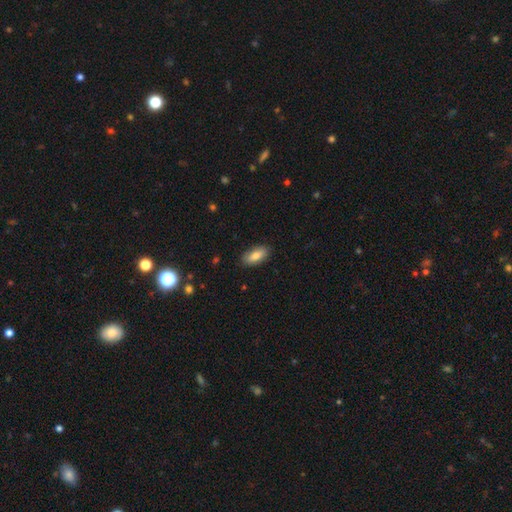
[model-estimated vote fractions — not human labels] Smooth or featured?
  - smooth: 82% *
  - featured or disk: 12%
  - star or artifact: 6%
How rounded?
  - in between: 87% *
  - cigar-shaped: 10%
  - round: 2%
Merging?
  - none: 87% *
  - minor disturbance: 10%
  - major disturbance: 2%
  - merger: 1%